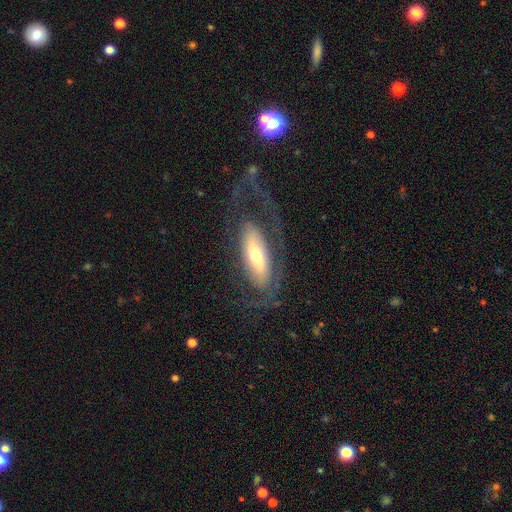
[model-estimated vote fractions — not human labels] featured or disk 68%, smooth 26%, star or artifact 6%. Down the decision tree: edge-on disk — no (83%); bar — no (53%); spiral arms — yes (66%); bulge size — moderate (49%); merging — none (51%).